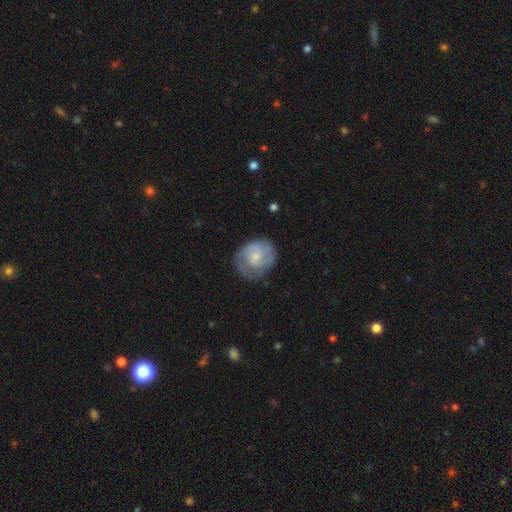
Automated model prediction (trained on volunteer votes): A featured or disk galaxy (62%) with no bar (59%), 2 (53%) tight (47%) spiral arms (84%) and a small central bulge (48%). Merging: none (67%).